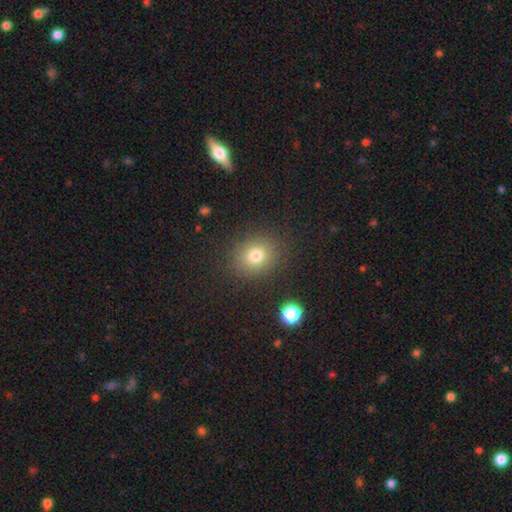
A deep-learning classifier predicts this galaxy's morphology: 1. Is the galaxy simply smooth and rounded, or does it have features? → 76% smooth, 15% star or artifact, 9% featured or disk.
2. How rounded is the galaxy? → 72% round, 27% in between, 1% cigar-shaped.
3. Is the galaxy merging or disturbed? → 86% none, 9% minor disturbance, 4% major disturbance, 2% merger.